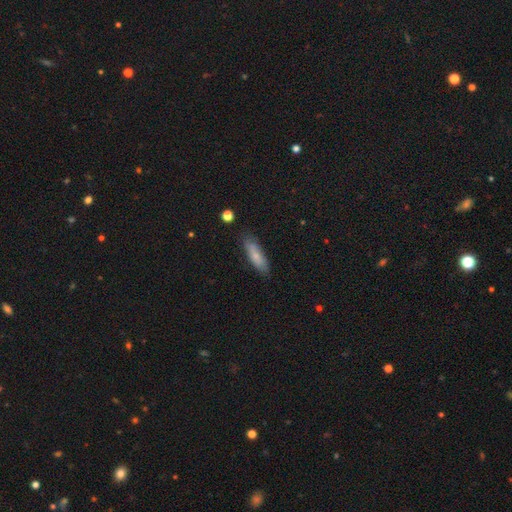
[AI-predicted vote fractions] The model was most divided on "how rounded": cigar-shaped: 56%, in between: 42%, round: 2%. More confident: merging — none (79%); smooth or featured — smooth (72%).